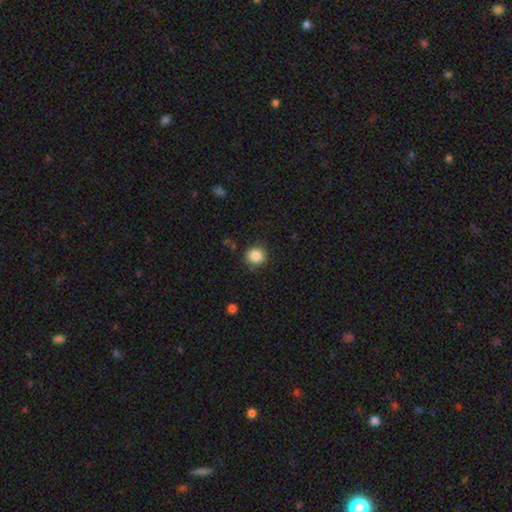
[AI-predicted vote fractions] This appears to be a smooth galaxy with no disk features (85%) that is round (91%). Merging: none (81%).